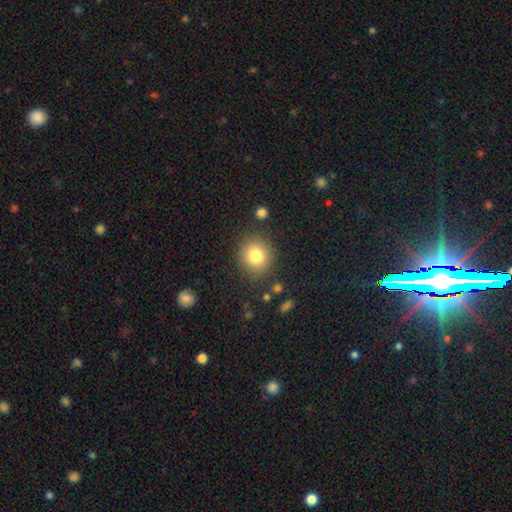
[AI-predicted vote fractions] Smooth or featured: smooth — 80% (star or artifact — 11%)
How rounded: round — 87% (in between — 13%)
Merging: none — 86% (minor disturbance — 9%)